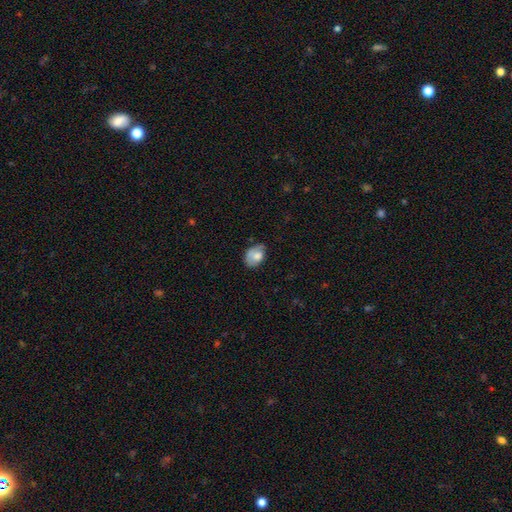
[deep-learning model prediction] smooth 72%, featured or disk 20%, star or artifact 8%. Down the decision tree: how rounded — in between (78%); merging — none (48%).